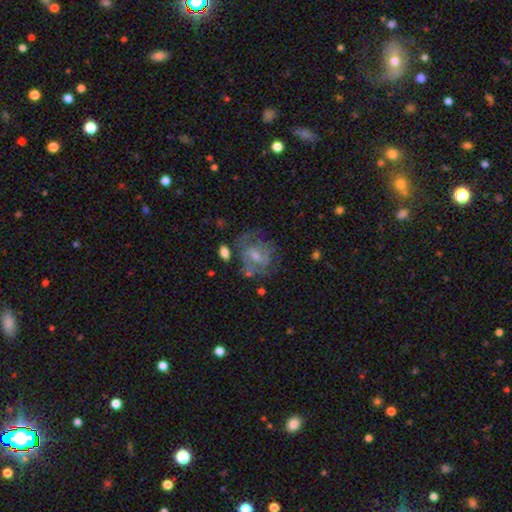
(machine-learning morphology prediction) type=featured or disk (55%); edge-on=no (97%); bar=no (53%); spiral arms=no (54%); bulge=small (41%); merging=none (47%).